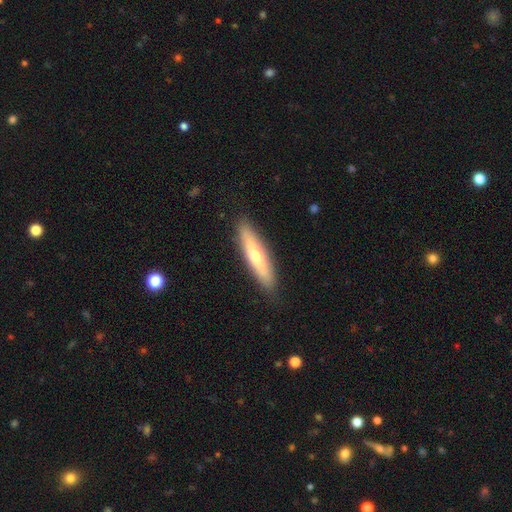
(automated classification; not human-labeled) Q: Smooth or featured?
A: smooth (56%); runner-up: featured or disk (38%)
Q: How rounded?
A: cigar-shaped (78%); runner-up: in between (20%)
Q: Merging?
A: none (88%); runner-up: minor disturbance (9%)